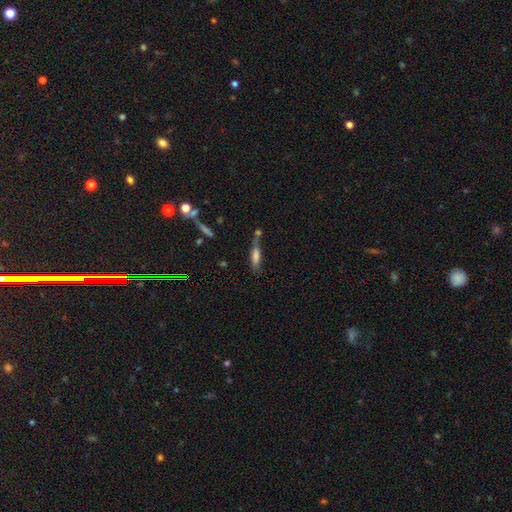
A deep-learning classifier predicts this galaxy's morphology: A smooth galaxy with no disk features (67%) that is cigar-shaped (64%).

Vote fractions:
- Smooth or featured? smooth: 67% / featured or disk: 24% / star or artifact: 10%
- How rounded? cigar-shaped: 64% / in between: 34% / round: 2%
- Merging? none: 39% / merger: 29% / minor disturbance: 21% / major disturbance: 11%